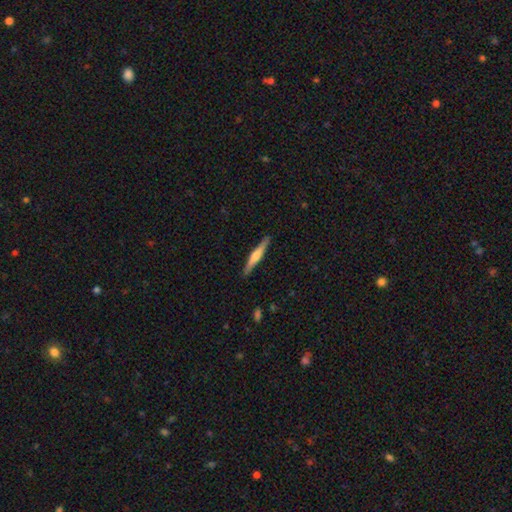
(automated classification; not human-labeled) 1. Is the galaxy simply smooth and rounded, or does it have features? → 62% featured or disk, 33% smooth, 5% star or artifact.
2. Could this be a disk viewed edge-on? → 98% yes, 2% no.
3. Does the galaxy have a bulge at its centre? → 80% rounded, 12% boxy, 8% none.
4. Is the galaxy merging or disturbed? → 90% none, 7% minor disturbance, 1% major disturbance, 1% merger.